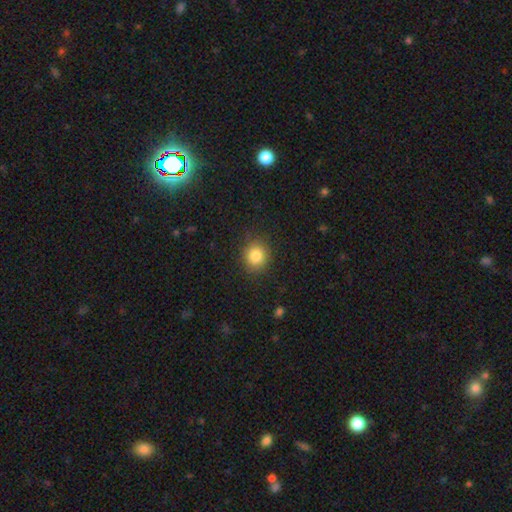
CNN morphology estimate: type=smooth (84%); roundness=round (80%); merging=none (87%).